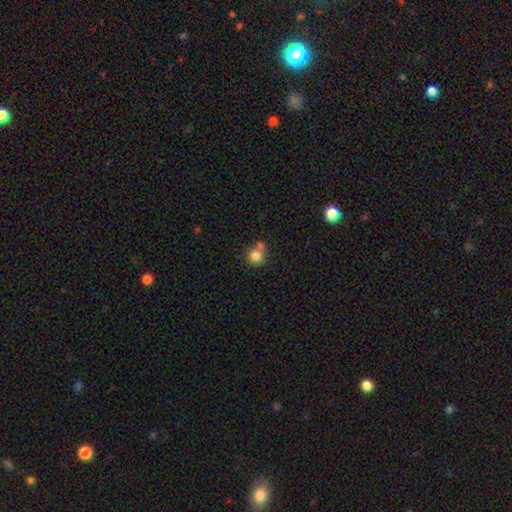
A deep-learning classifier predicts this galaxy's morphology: type=smooth (81%); roundness=round (89%); merging=none (51%).